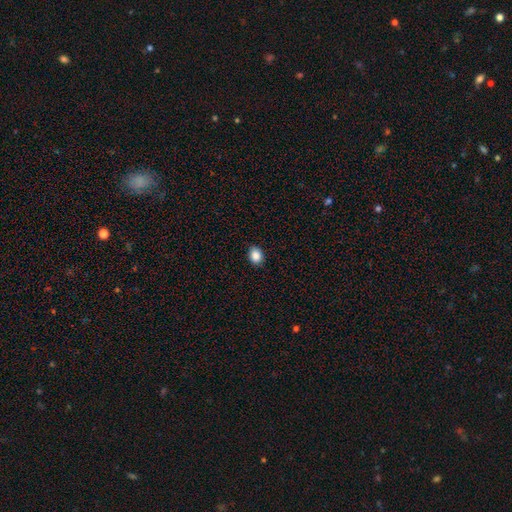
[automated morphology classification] smooth-or-featured: smooth: 88% | star or artifact: 9% | featured or disk: 3%
  how-rounded: in between: 57% | round: 42% | cigar-shaped: 1%
  merging: none: 89% | minor disturbance: 8% | major disturbance: 2% | merger: 1%